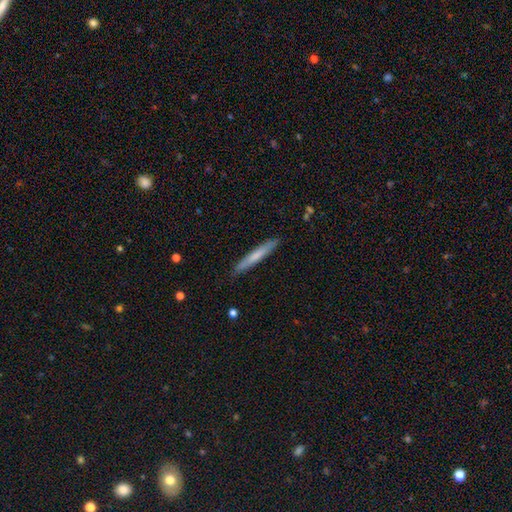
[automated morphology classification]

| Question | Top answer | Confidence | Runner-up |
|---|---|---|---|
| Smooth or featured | smooth | 64% | featured or disk (30%) |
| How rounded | cigar-shaped | 96% | in between (3%) |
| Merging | none | 89% | minor disturbance (8%) |